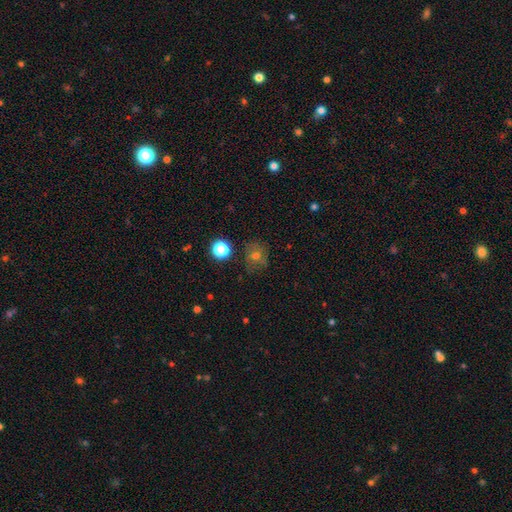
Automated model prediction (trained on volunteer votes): This appears to be a smooth galaxy with no disk features (62%) that is round (80%). Merging: none (75%).